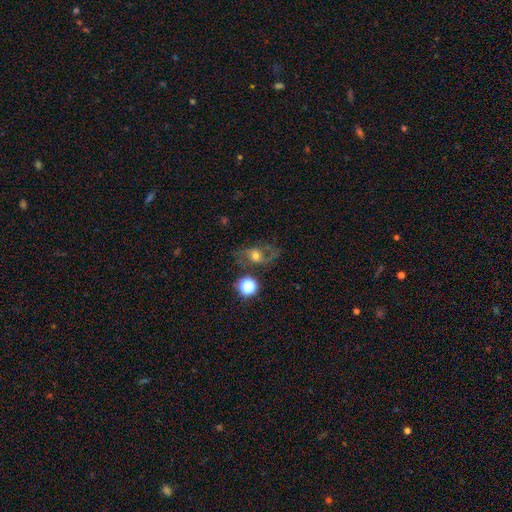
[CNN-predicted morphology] Overall: featured or disk (49%; smooth 36%). Merging: none (57%; minor disturbance 19%).